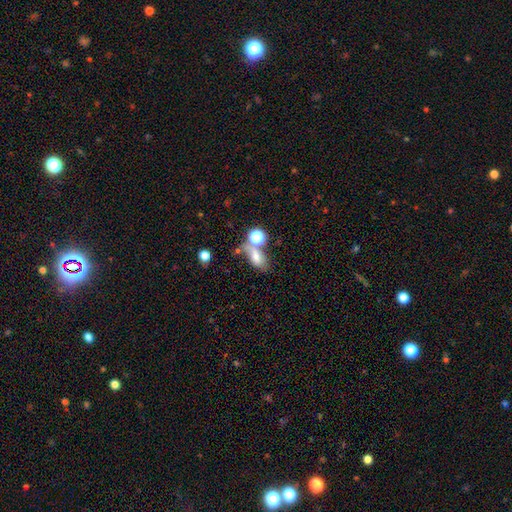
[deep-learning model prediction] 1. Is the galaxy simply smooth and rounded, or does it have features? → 67% smooth, 17% featured or disk, 15% star or artifact.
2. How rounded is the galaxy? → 78% in between, 15% round, 7% cigar-shaped.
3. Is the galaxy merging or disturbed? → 38% none, 35% merger, 15% minor disturbance, 12% major disturbance.